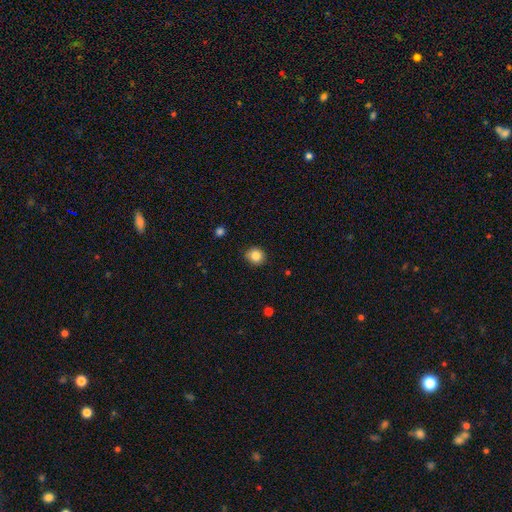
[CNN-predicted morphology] A smooth galaxy with no disk features (84%) that is round (82%).

Vote fractions:
- Smooth or featured? smooth: 84% / star or artifact: 10% / featured or disk: 5%
- How rounded? round: 82% / in between: 17% / cigar-shaped: 1%
- Merging? none: 86% / minor disturbance: 11% / major disturbance: 2% / merger: 1%